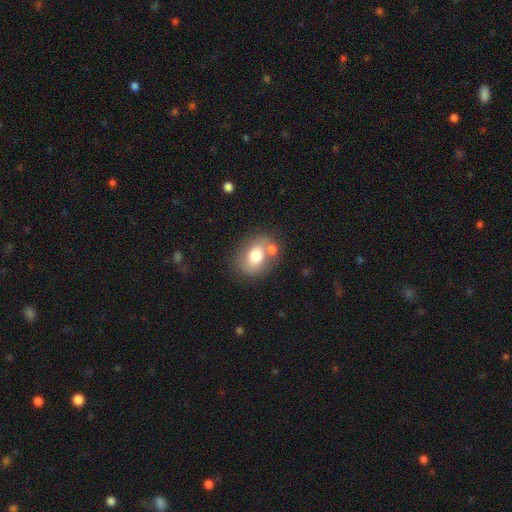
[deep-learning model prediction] Smooth or featured: smooth — 69% (featured or disk — 22%)
How rounded: in between — 61% (round — 38%)
Merging: none — 59% (merger — 21%)